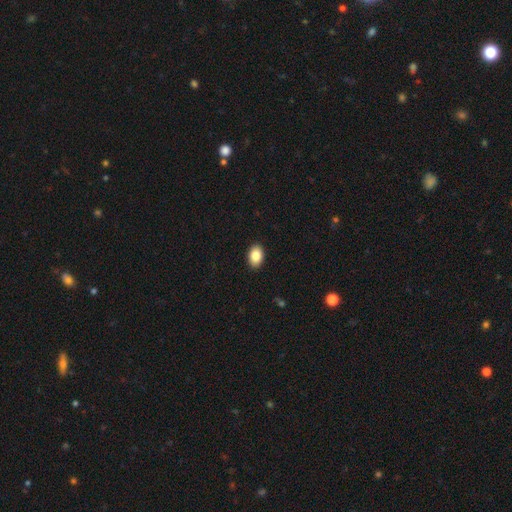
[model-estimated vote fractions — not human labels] This is clearly a smooth galaxy (87%). How rounded: clearly in between (84%). Merging: clearly none (91%).